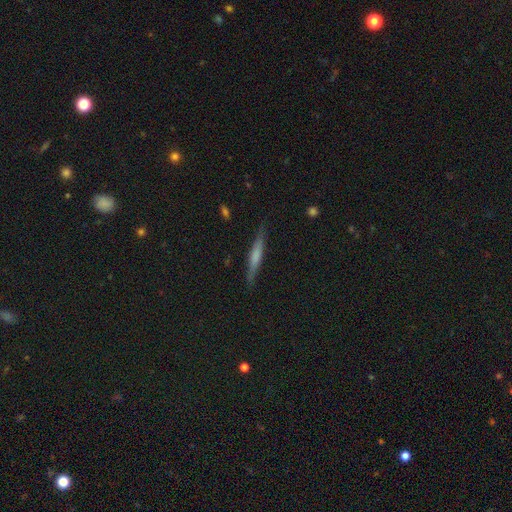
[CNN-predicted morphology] Smooth or featured? Predicted: smooth (p=0.48). Merging? Predicted: none (p=0.86).